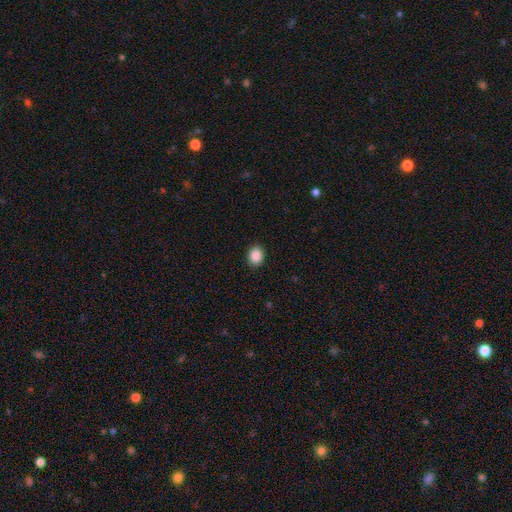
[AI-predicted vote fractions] This is clearly a smooth galaxy (89%). How rounded: possibly in between (50%). Merging: clearly none (90%).